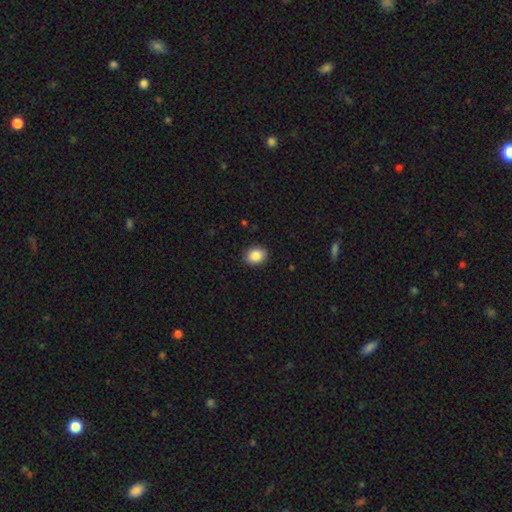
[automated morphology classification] smooth 87%, star or artifact 8%, featured or disk 5%. Down the decision tree: how rounded — in between (51%); merging — none (90%).